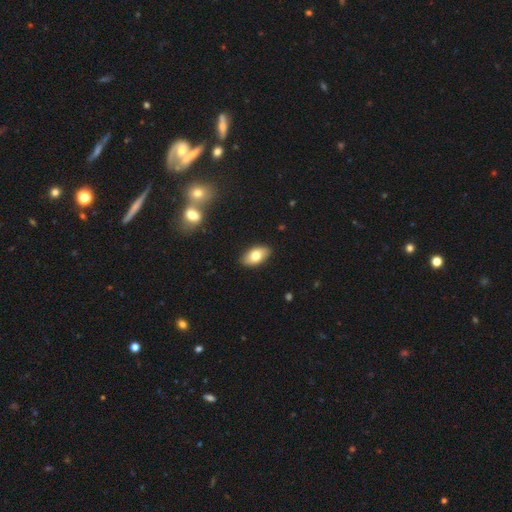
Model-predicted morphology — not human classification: smooth-or-featured: smooth: 74% | featured or disk: 19% | star or artifact: 7%
  how-rounded: in between: 92% | round: 5% | cigar-shaped: 3%
  merging: none: 88% | minor disturbance: 9% | major disturbance: 2% | merger: 1%